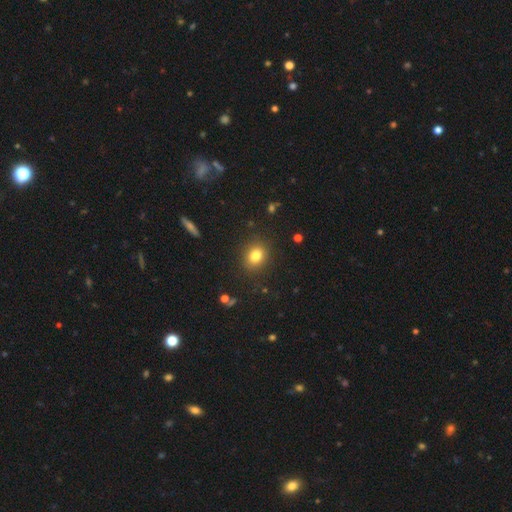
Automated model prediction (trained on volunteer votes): smooth_or_featured: smooth (p=0.81) [alt: star or artifact p=0.12]
how_rounded: round (p=0.53) [alt: in between p=0.46]
merging: none (p=0.87) [alt: minor disturbance p=0.09]